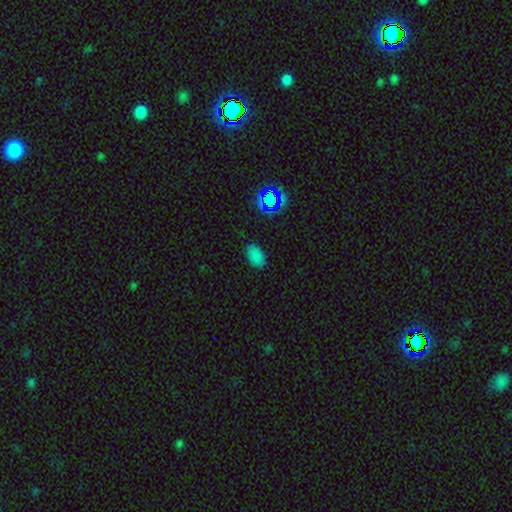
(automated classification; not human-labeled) Smooth or featured? Predicted: smooth (p=0.78). How rounded? Predicted: in between (p=0.90). Merging? Predicted: none (p=0.84).